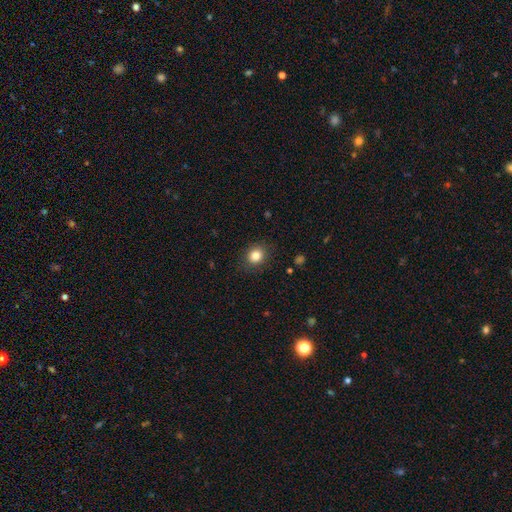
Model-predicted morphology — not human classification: Smooth or featured? smooth (83%)
How rounded? round (72%)
Merging? none (87%)